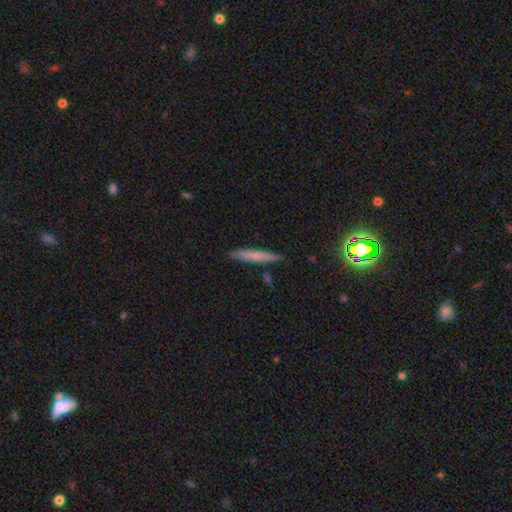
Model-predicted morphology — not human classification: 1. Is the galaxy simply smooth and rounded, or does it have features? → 65% smooth, 26% featured or disk, 8% star or artifact.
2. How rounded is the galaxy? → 94% cigar-shaped, 4% in between, 2% round.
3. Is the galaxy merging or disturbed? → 88% none, 8% minor disturbance, 2% merger, 2% major disturbance.